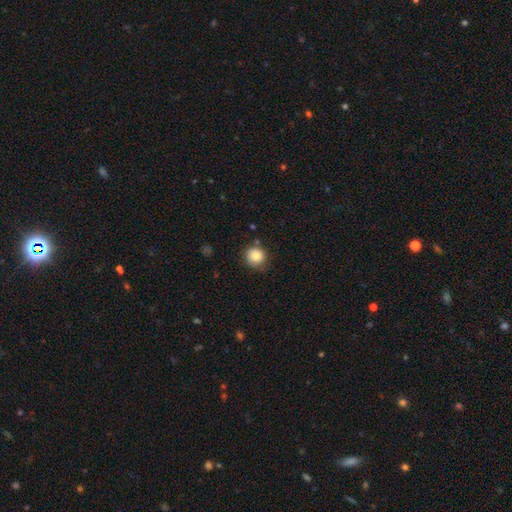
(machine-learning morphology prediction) A smooth galaxy with no disk features (83%) that is round (91%). Merging: none (75%).